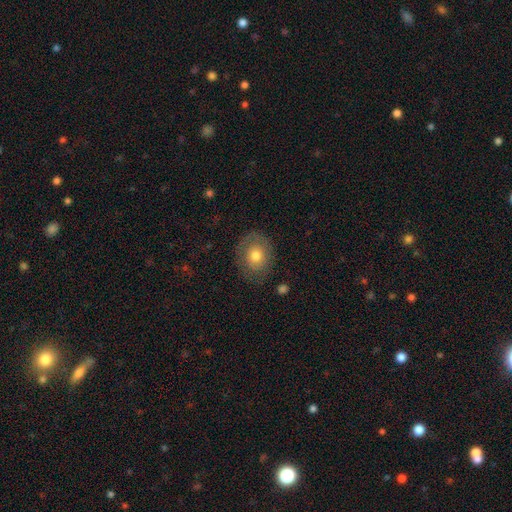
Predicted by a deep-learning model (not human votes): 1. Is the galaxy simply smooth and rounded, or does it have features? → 66% smooth, 25% featured or disk, 9% star or artifact.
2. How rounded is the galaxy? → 59% round, 41% in between, 1% cigar-shaped.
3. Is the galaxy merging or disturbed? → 77% none, 16% minor disturbance, 6% major disturbance, 1% merger.